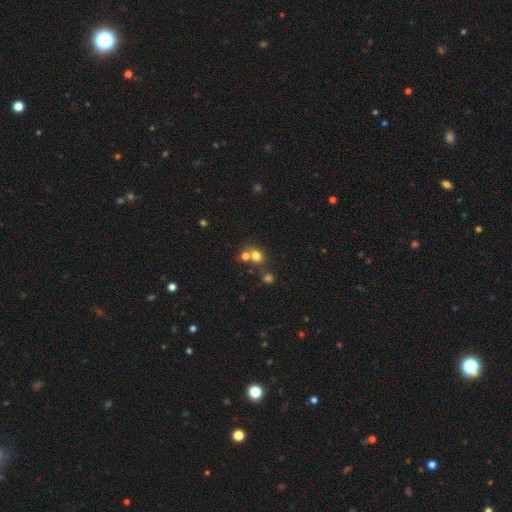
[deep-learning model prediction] This is likely a smooth galaxy (71%). How rounded: likely round (70%). Merging: possibly none (54%).